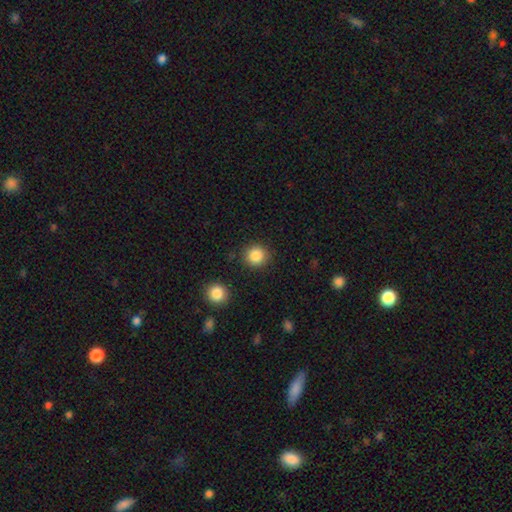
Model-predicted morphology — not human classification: Smooth or featured?
  - smooth: 86% *
  - star or artifact: 10%
  - featured or disk: 4%
How rounded?
  - round: 91% *
  - in between: 8%
  - cigar-shaped: 1%
Merging?
  - none: 88% *
  - minor disturbance: 7%
  - major disturbance: 3%
  - merger: 3%